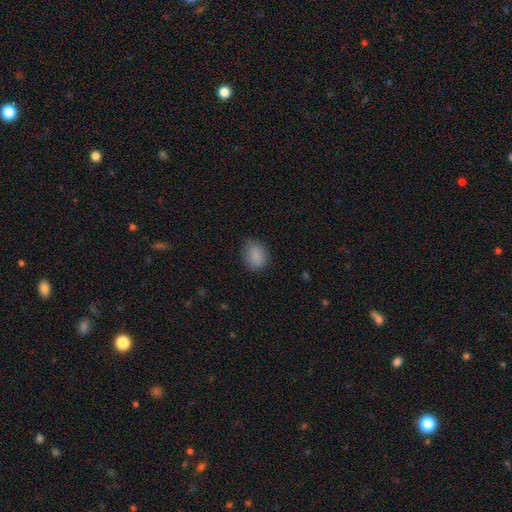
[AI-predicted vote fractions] smooth-or-featured: smooth: 87% | star or artifact: 8% | featured or disk: 4%
  how-rounded: in between: 54% | round: 45% | cigar-shaped: 1%
  merging: none: 82% | minor disturbance: 14% | major disturbance: 3% | merger: 1%